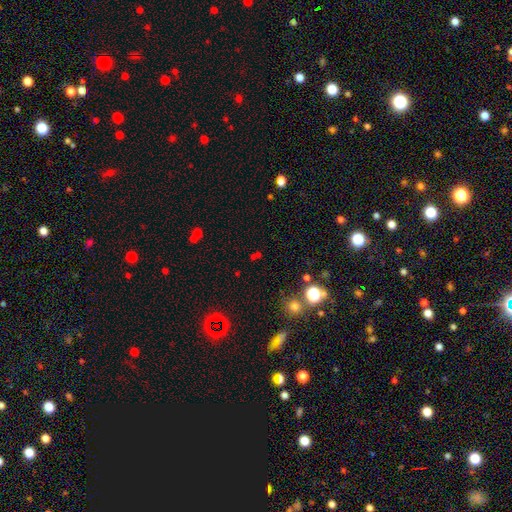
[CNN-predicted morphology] Smooth or featured? Predicted: star or artifact (p=0.56).